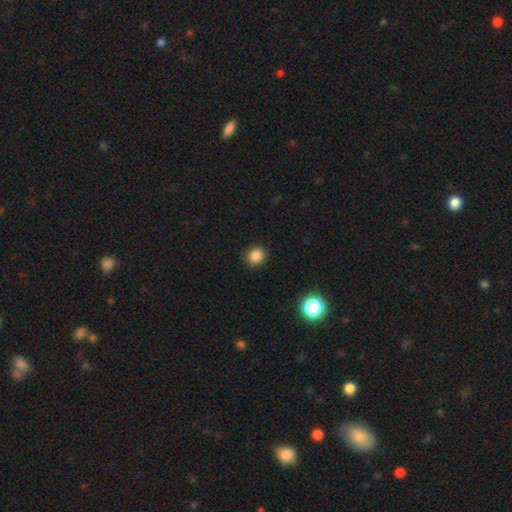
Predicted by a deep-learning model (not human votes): smooth_or_featured: smooth (p=0.85) [alt: star or artifact p=0.11]
how_rounded: round (p=0.74) [alt: in between p=0.25]
merging: none (p=0.89) [alt: minor disturbance p=0.07]